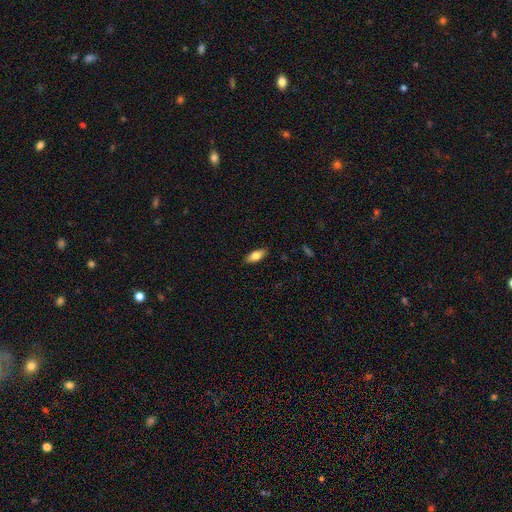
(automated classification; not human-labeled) smooth_or_featured: smooth (p=0.77) [alt: featured or disk p=0.16]
how_rounded: in between (p=0.79) [alt: cigar-shaped p=0.19]
merging: none (p=0.88) [alt: minor disturbance p=0.09]